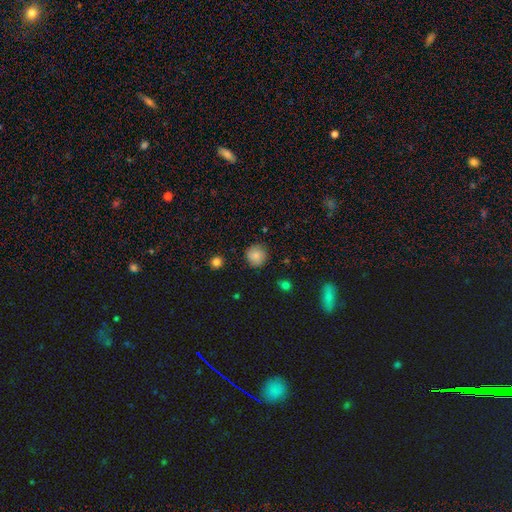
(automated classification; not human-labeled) A smooth galaxy with no disk features (83%) that is round (91%).

Vote fractions:
- Smooth or featured? smooth: 83% / star or artifact: 9% / featured or disk: 8%
- How rounded? round: 91% / in between: 8% / cigar-shaped: 1%
- Merging? none: 84% / minor disturbance: 12% / major disturbance: 3% / merger: 1%